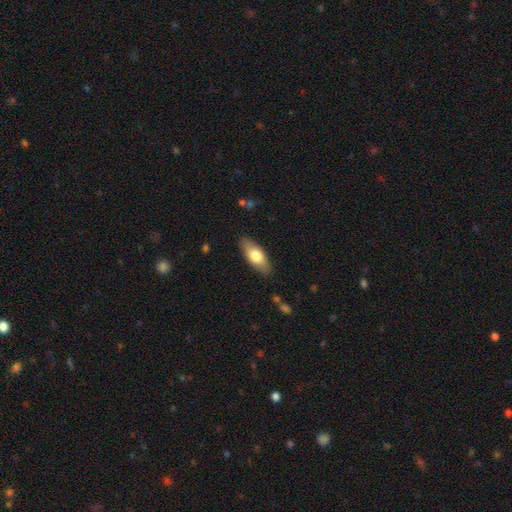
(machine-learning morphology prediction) Smooth or featured?
  - smooth: 72% *
  - featured or disk: 23%
  - star or artifact: 5%
How rounded?
  - in between: 81% *
  - cigar-shaped: 16%
  - round: 2%
Merging?
  - none: 86% *
  - minor disturbance: 11%
  - major disturbance: 2%
  - merger: 1%